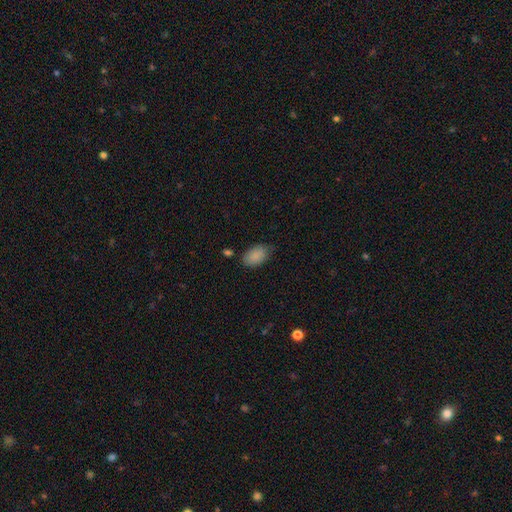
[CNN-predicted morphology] Overall: smooth (89%). How rounded: in between (92%). Merging: none (72%).